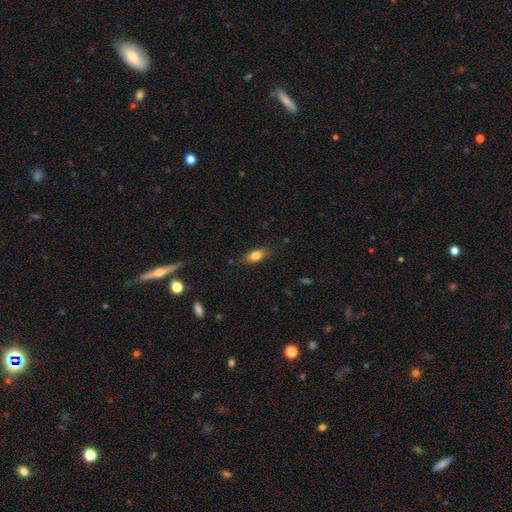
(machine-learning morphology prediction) Smooth or featured? Predicted: smooth (p=0.77). How rounded? Predicted: in between (p=0.79). Merging? Predicted: none (p=0.80).